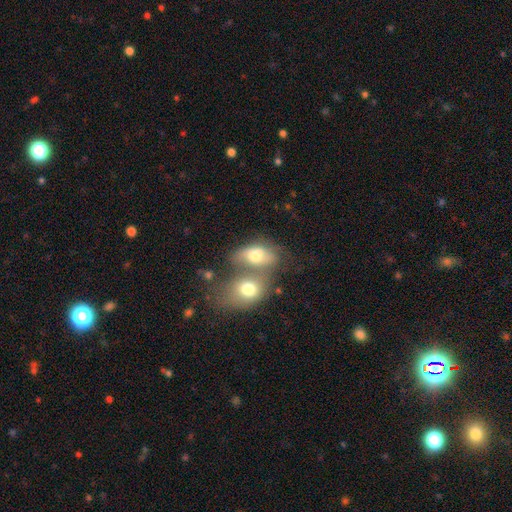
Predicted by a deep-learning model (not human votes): smooth_or_featured: smooth (p=0.69) [alt: featured or disk p=0.22]
how_rounded: in between (p=0.80) [alt: round p=0.17]
merging: merger (p=0.65) [alt: none p=0.18]